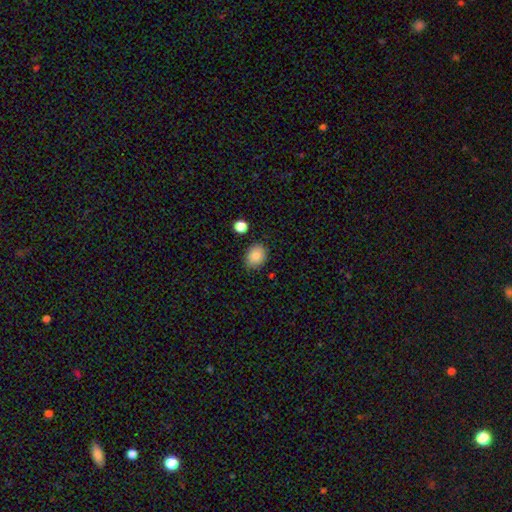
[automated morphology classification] type=smooth (87%); roundness=in between (51%); merging=none (83%).